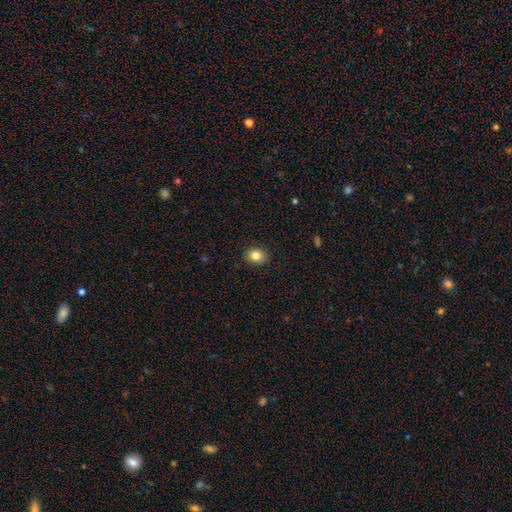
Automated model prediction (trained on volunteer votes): Q: Smooth or featured?
A: smooth (83%); runner-up: star or artifact (9%)
Q: How rounded?
A: in between (51%); runner-up: round (48%)
Q: Merging?
A: none (90%); runner-up: minor disturbance (8%)